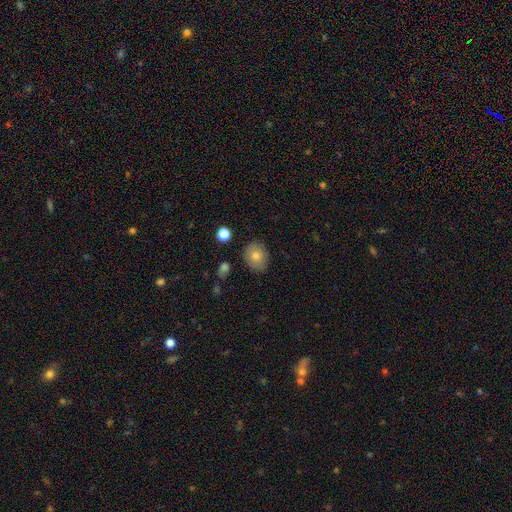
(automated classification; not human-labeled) A smooth galaxy with no disk features (77%) that is round (57%). Merging: none (84%).